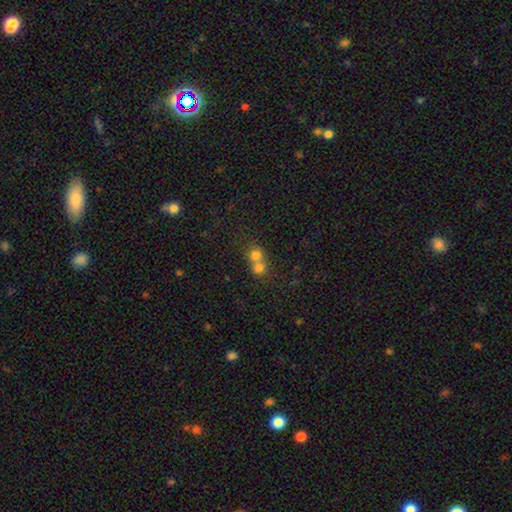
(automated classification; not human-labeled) Smooth or featured: smooth — 73% (featured or disk — 14%)
How rounded: round — 80% (in between — 19%)
Merging: merger — 67% (none — 27%)